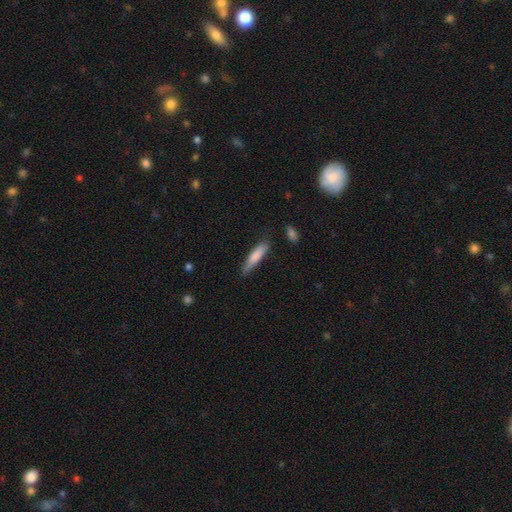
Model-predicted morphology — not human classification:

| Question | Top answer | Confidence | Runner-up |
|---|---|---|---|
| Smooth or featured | smooth | 78% | featured or disk (16%) |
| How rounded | cigar-shaped | 80% | in between (18%) |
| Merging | none | 74% | minor disturbance (20%) |